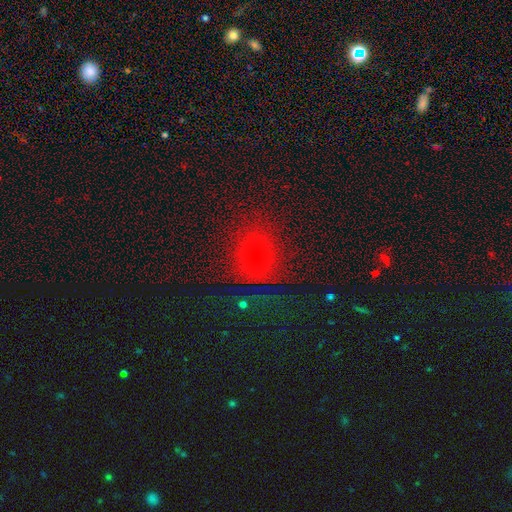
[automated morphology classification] A smooth galaxy with no disk features (55%) that is round (59%). Merging: none (74%).